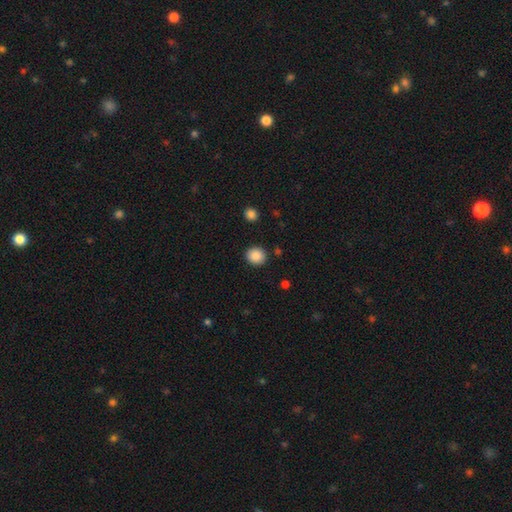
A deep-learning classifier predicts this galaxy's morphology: Q: Smooth or featured?
A: smooth (87%); runner-up: star or artifact (9%)
Q: How rounded?
A: round (80%); runner-up: in between (19%)
Q: Merging?
A: none (89%); runner-up: minor disturbance (7%)